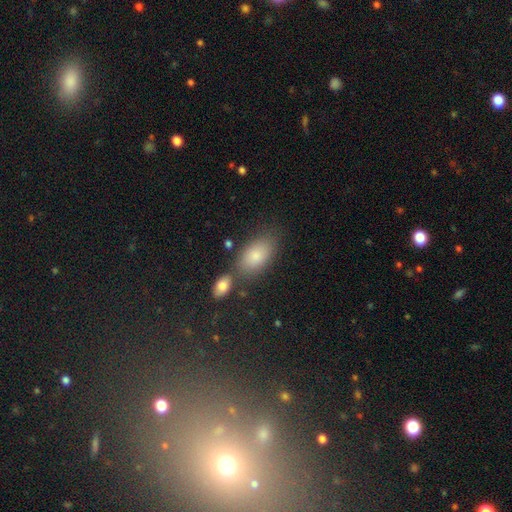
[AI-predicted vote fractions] A smooth galaxy with no disk features (81%) that is in between round and cigar-shaped (91%). Merging: none (63%).